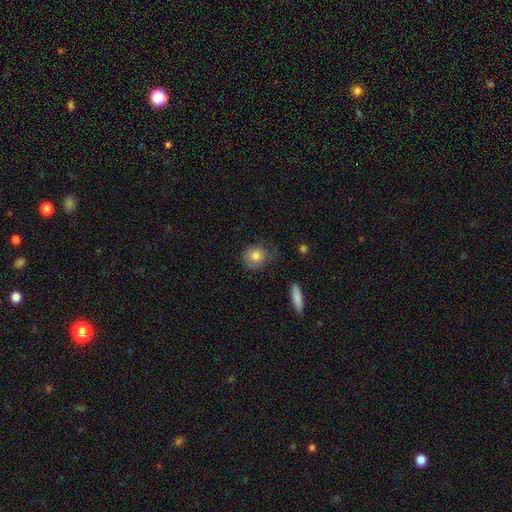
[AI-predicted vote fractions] A smooth galaxy with no disk features (79%) that is round (79%).

Vote fractions:
- Smooth or featured? smooth: 79% / featured or disk: 12% / star or artifact: 8%
- How rounded? round: 79% / in between: 20% / cigar-shaped: 1%
- Merging? none: 64% / minor disturbance: 25% / major disturbance: 9% / merger: 2%